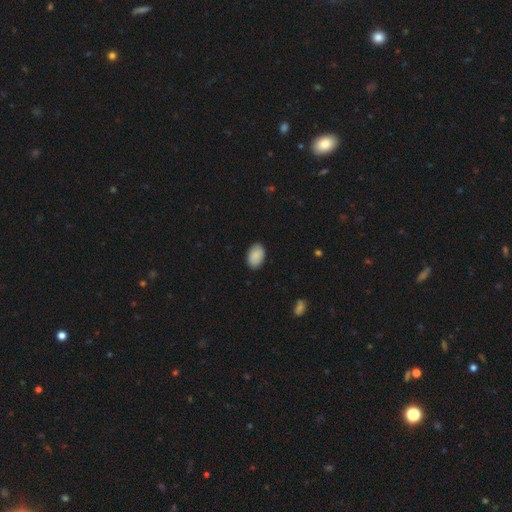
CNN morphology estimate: The model was most divided on "merging": none: 88%, minor disturbance: 9%, major disturbance: 2%, merger: 1%. More confident: how rounded — in between (91%); smooth or featured — smooth (89%).